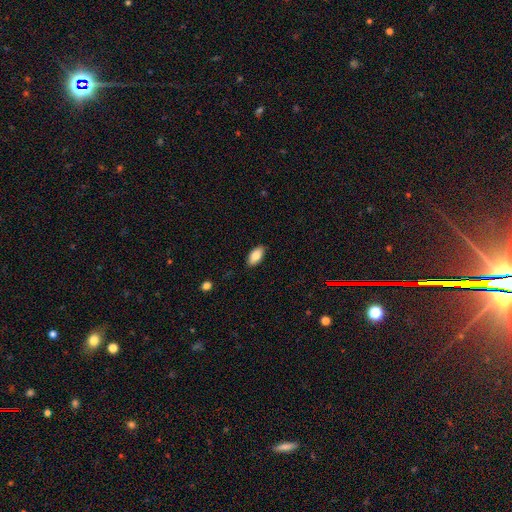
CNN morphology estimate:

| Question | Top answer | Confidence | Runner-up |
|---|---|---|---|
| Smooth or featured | smooth | 85% | featured or disk (9%) |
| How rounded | in between | 93% | cigar-shaped (4%) |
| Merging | none | 87% | minor disturbance (10%) |